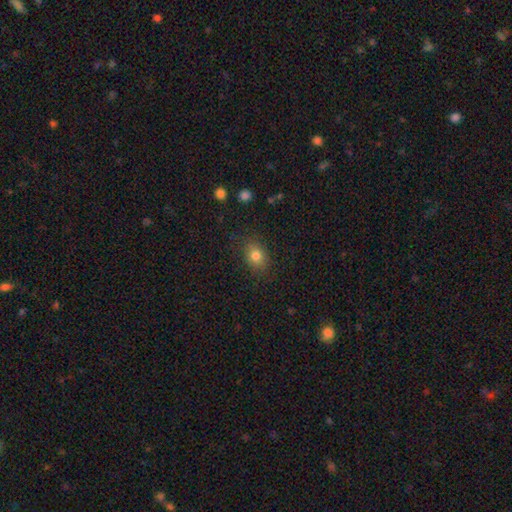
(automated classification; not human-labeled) A smooth galaxy with no disk features (81%) that is in between round and cigar-shaped (58%). Merging: none (82%).